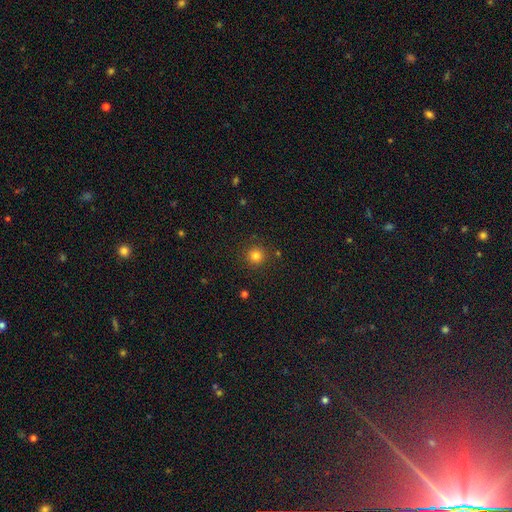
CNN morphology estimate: Smooth or featured? Predicted: smooth (p=0.81). How rounded? Predicted: round (p=0.95). Merging? Predicted: none (p=0.89).